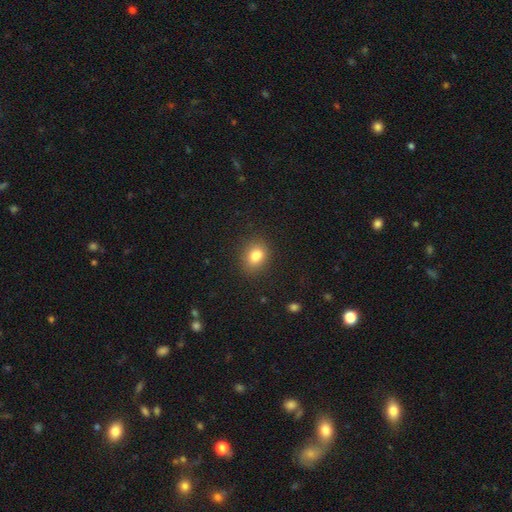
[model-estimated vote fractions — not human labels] Smooth or featured?
  - smooth: 81% *
  - star or artifact: 11%
  - featured or disk: 8%
How rounded?
  - in between: 56% *
  - round: 43%
  - cigar-shaped: 1%
Merging?
  - none: 78% *
  - minor disturbance: 14%
  - merger: 5%
  - major disturbance: 4%